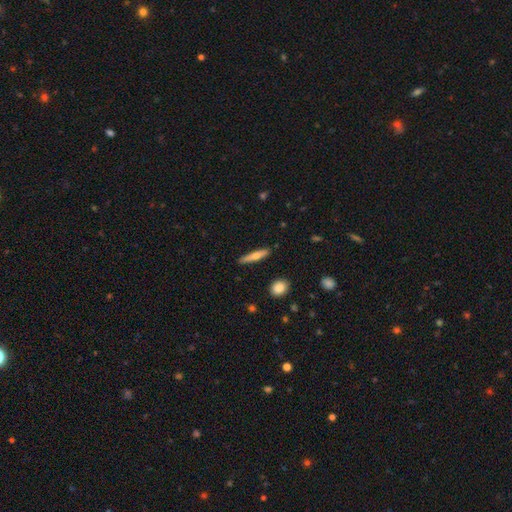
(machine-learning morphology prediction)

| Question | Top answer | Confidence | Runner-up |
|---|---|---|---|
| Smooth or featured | smooth | 55% | featured or disk (38%) |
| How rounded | cigar-shaped | 86% | in between (12%) |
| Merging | none | 86% | minor disturbance (10%) |